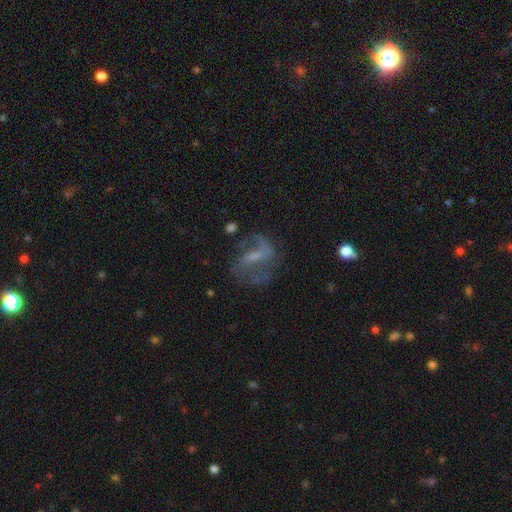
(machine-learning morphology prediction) Smooth or featured? featured or disk (69%)
Edge-on disk? no (95%)
Bar? weak (45%)
Spiral arms? yes (78%)
Spiral winding? loose (52%)
Spiral arm count? 2 (63%)
Bulge size? small (44%)
Merging? none (52%)